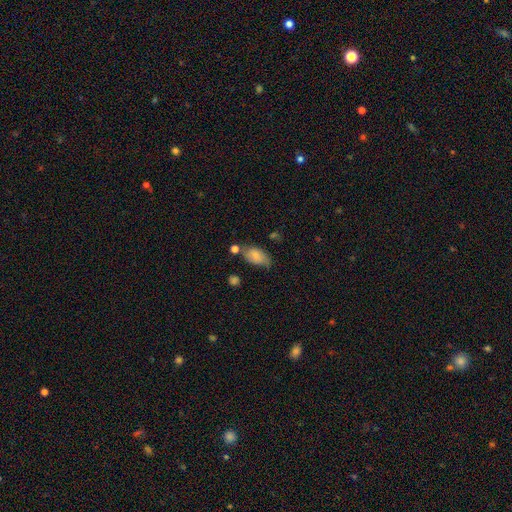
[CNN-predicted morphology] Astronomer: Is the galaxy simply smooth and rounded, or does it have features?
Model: smooth — 78%.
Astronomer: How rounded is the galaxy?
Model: in between — 92%.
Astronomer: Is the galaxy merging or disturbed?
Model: none — 55%.